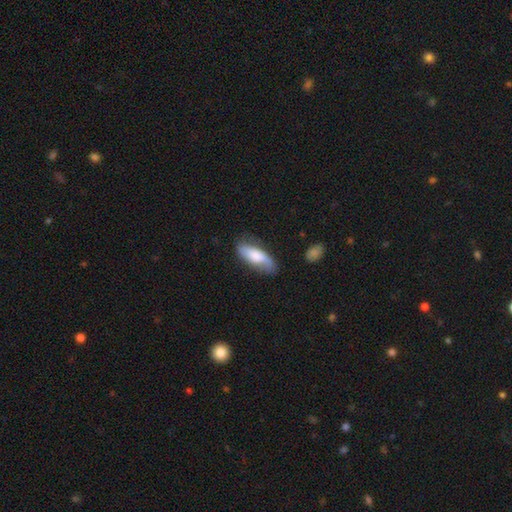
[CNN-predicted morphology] Smooth or featured?
  - smooth: 66% *
  - featured or disk: 28%
  - star or artifact: 6%
How rounded?
  - in between: 71% *
  - cigar-shaped: 27%
  - round: 2%
Merging?
  - none: 64% *
  - minor disturbance: 26%
  - major disturbance: 8%
  - merger: 3%